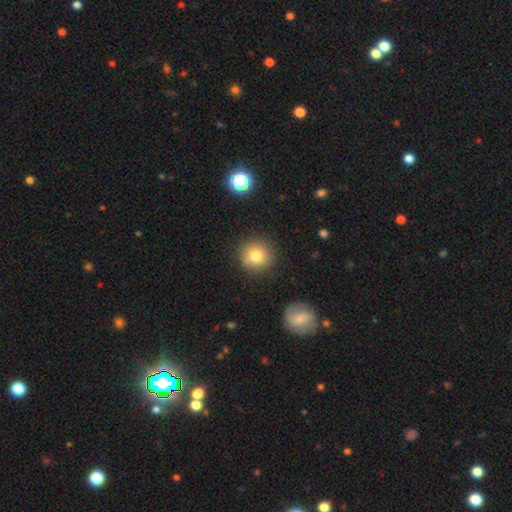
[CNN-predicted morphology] smooth_or_featured: smooth (p=0.79) [alt: star or artifact p=0.11]
how_rounded: round (p=0.92) [alt: in between p=0.07]
merging: none (p=0.86) [alt: minor disturbance p=0.09]